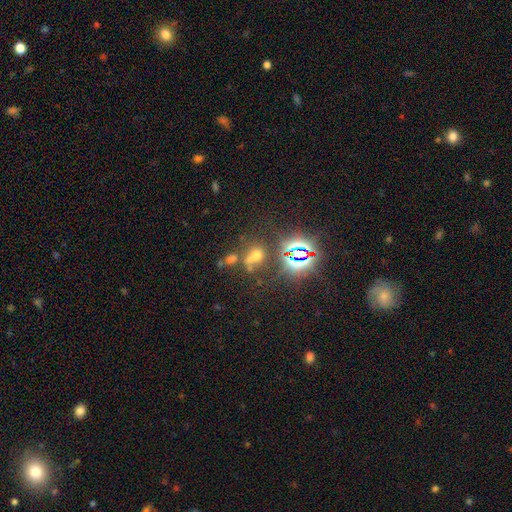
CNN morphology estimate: Overall: star or artifact (47%; smooth 39%).